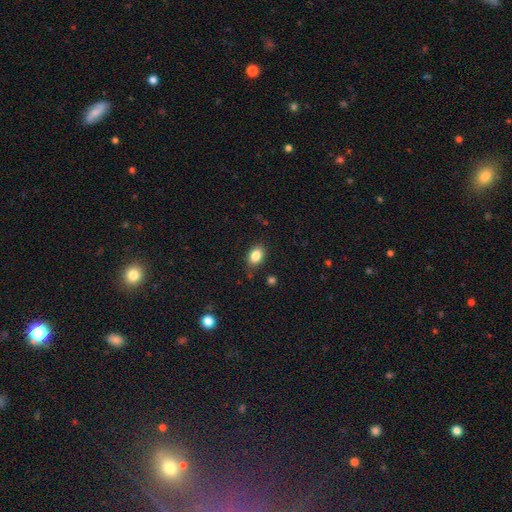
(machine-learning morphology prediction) The model was most divided on "how rounded": in between: 81%, round: 18%, cigar-shaped: 1%. More confident: smooth or featured — smooth (84%); merging — none (82%).